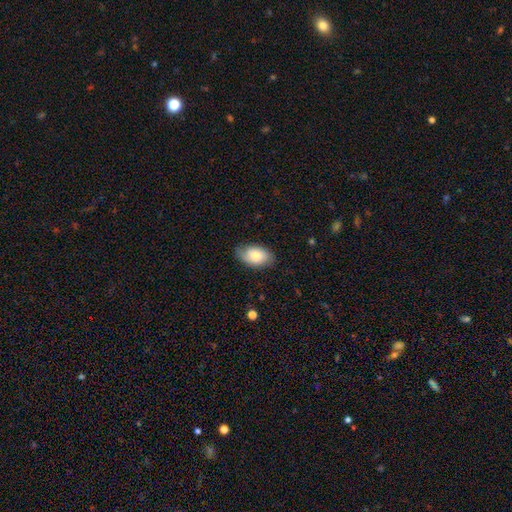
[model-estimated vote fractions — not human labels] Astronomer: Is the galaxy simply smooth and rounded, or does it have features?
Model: smooth — 69%.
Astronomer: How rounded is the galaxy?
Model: in between — 92%.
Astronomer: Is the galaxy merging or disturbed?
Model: none — 71%.